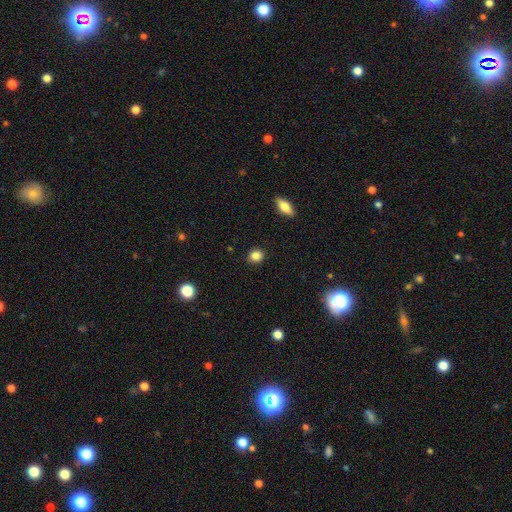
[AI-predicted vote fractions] Morphology: type=smooth (84%); roundness=round (72%); merging=none (90%).